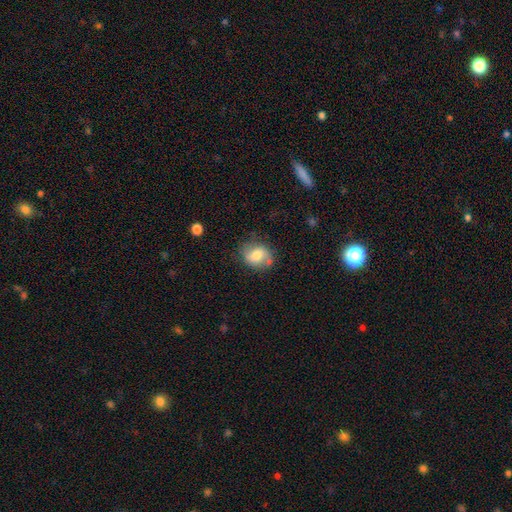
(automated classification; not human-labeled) The model was most divided on "how rounded": round: 62%, in between: 37%, cigar-shaped: 1%. More confident: merging — none (68%); smooth or featured — smooth (60%).